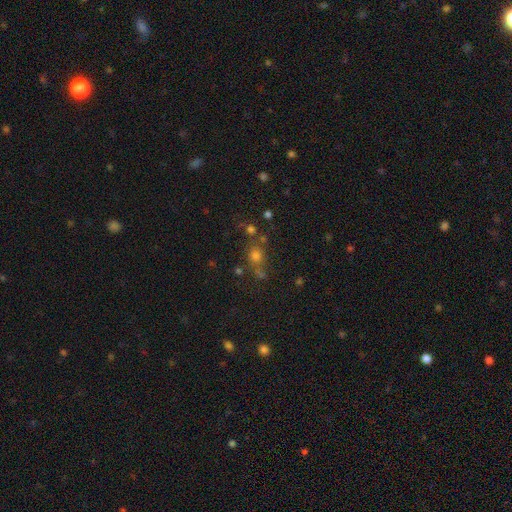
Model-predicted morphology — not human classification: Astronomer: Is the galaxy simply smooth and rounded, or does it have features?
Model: smooth — 59%.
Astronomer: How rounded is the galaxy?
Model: round — 80%.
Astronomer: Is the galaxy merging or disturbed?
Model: none — 61%.